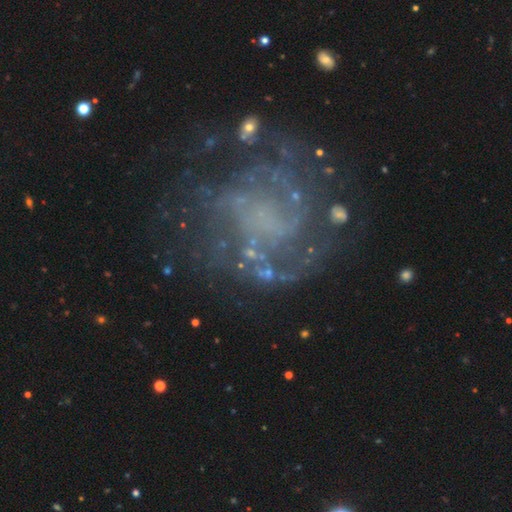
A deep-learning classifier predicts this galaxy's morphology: Smooth or featured?
  - featured or disk: 81% *
  - star or artifact: 11%
  - smooth: 8%
Edge-on disk?
  - no: 98% *
  - yes: 2%
Bar?
  - no: 67% *
  - weak: 26%
  - strong: 7%
Spiral arms?
  - yes: 86% *
  - no: 14%
Spiral winding?
  - tight: 43% *
  - medium: 39%
  - loose: 19%
Spiral arm count?
  - can't tell: 35% *
  - 2: 28%
  - 3: 15%
  - 4: 7%
  - 1: 7%
  - more than 4: 6%
Bulge size?
  - none: 67% *
  - small: 20%
  - moderate: 9%
  - large: 3%
  - dominant: 1%
Merging?
  - none: 64% *
  - major disturbance: 18%
  - minor disturbance: 16%
  - merger: 3%